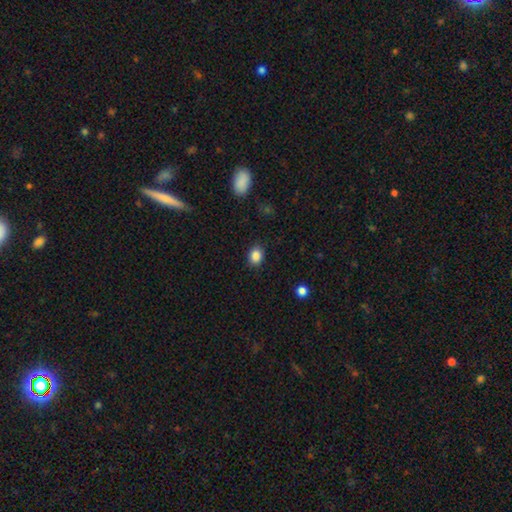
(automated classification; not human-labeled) Smooth or featured?
  - smooth: 86% *
  - star or artifact: 10%
  - featured or disk: 4%
How rounded?
  - round: 53% *
  - in between: 46%
  - cigar-shaped: 1%
Merging?
  - none: 86% *
  - minor disturbance: 10%
  - major disturbance: 3%
  - merger: 1%